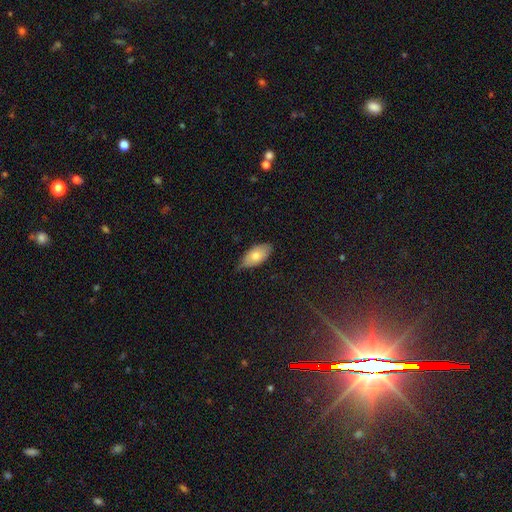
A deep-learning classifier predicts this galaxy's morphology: The model was most divided on "merging": none: 60%, minor disturbance: 34%, major disturbance: 5%, merger: 1%. More confident: how rounded — in between (91%); smooth or featured — smooth (71%).